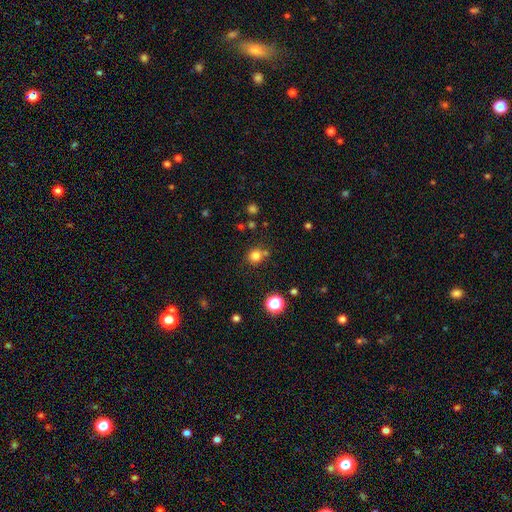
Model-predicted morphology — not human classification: A smooth galaxy with no disk features (78%) that is round (89%).

Vote fractions:
- Smooth or featured? smooth: 78% / star or artifact: 16% / featured or disk: 6%
- How rounded? round: 89% / in between: 10% / cigar-shaped: 1%
- Merging? none: 74% / merger: 13% / minor disturbance: 10% / major disturbance: 3%